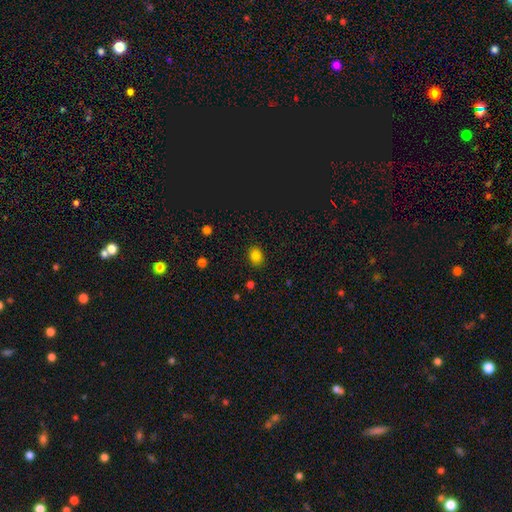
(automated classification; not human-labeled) Smooth or featured?
  - smooth: 82% *
  - star or artifact: 14%
  - featured or disk: 4%
How rounded?
  - in between: 55% *
  - round: 44%
  - cigar-shaped: 1%
Merging?
  - none: 88% *
  - minor disturbance: 9%
  - major disturbance: 2%
  - merger: 1%